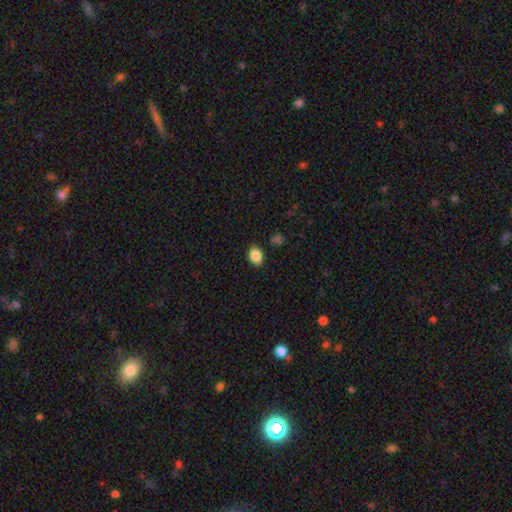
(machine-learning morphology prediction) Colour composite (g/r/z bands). It shows a smooth galaxy with no disk features (87%) that is in between round and cigar-shaped (73%). Merging: none (86%).